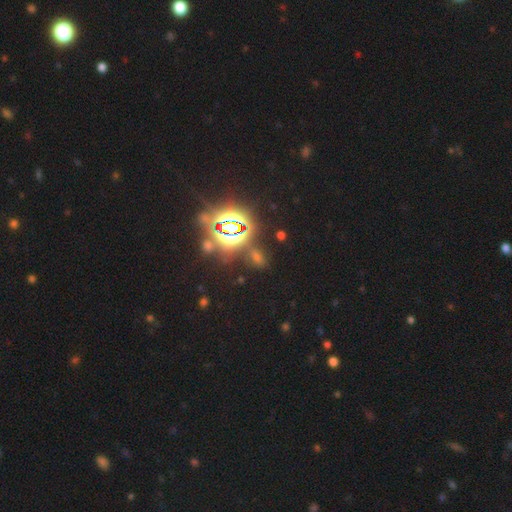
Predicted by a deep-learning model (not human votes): Smooth or featured? star or artifact (71%)